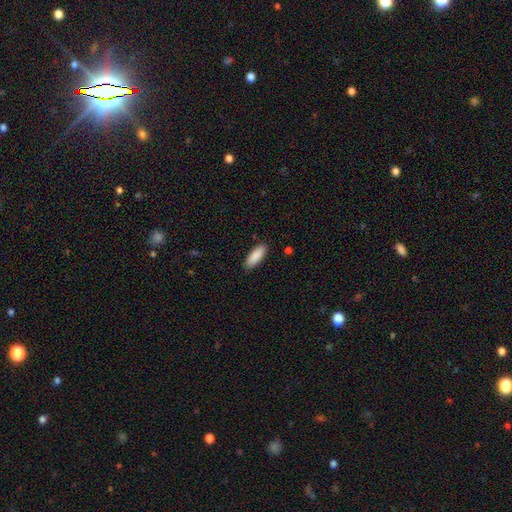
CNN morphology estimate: Smooth or featured? smooth (89%)
How rounded? in between (60%)
Merging? none (89%)